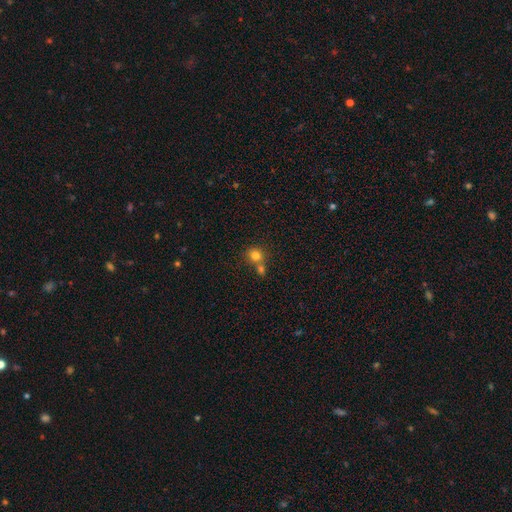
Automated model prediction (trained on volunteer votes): Q: Smooth or featured?
A: smooth (79%); runner-up: star or artifact (13%)
Q: How rounded?
A: round (85%); runner-up: in between (14%)
Q: Merging?
A: none (51%); runner-up: merger (39%)